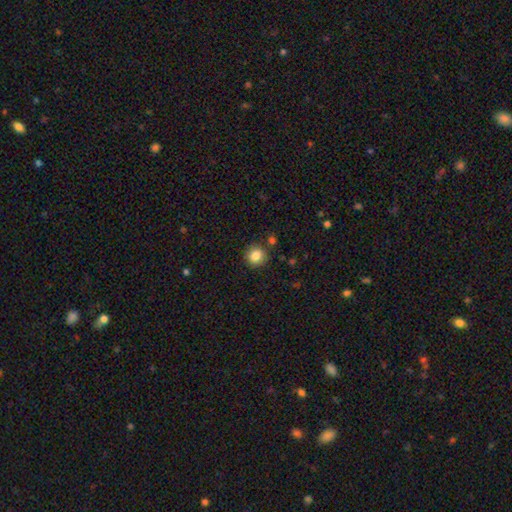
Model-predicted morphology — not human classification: This appears to be a smooth galaxy with no disk features (85%) that is round (85%). Merging: none (86%).